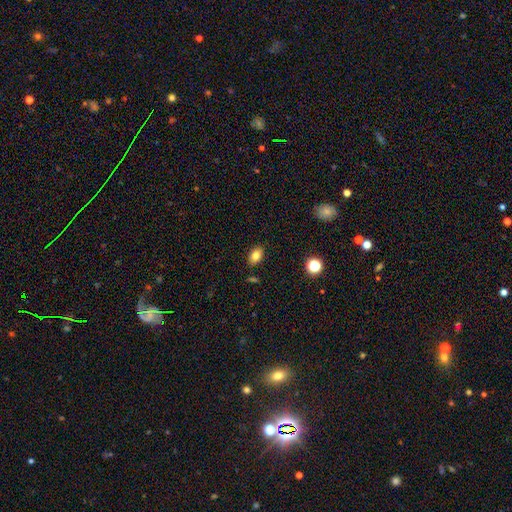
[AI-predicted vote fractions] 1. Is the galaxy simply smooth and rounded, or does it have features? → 81% smooth, 10% star or artifact, 9% featured or disk.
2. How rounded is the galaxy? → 86% in between, 12% round, 2% cigar-shaped.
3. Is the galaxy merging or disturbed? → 86% none, 10% minor disturbance, 2% major disturbance, 2% merger.